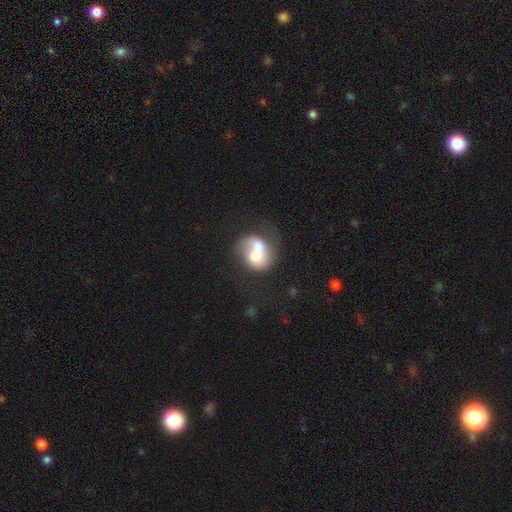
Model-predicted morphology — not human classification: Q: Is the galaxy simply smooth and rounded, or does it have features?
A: smooth — 47%.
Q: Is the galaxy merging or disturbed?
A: merger — 69%.